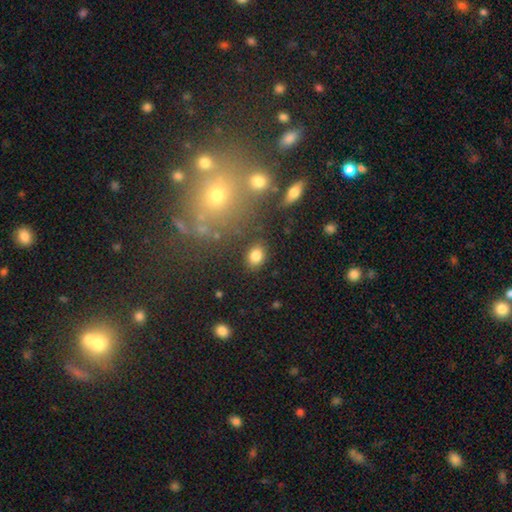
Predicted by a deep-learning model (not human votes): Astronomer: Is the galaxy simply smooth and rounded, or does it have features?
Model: smooth — 83%.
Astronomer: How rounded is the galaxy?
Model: in between — 64%.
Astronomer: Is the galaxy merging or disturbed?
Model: none — 84%.